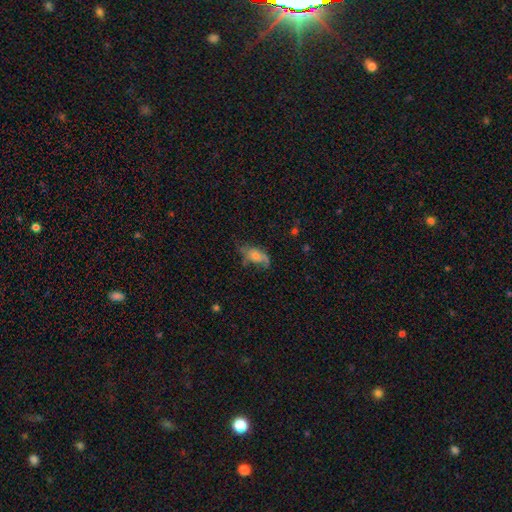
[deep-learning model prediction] Smooth or featured? smooth (47%)
Merging? none (53%)